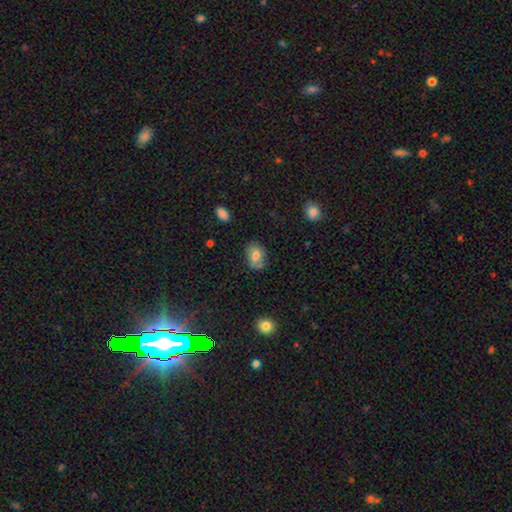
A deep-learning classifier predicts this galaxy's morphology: Overall: smooth (69%). How rounded: in between (74%). Merging: none (75%).